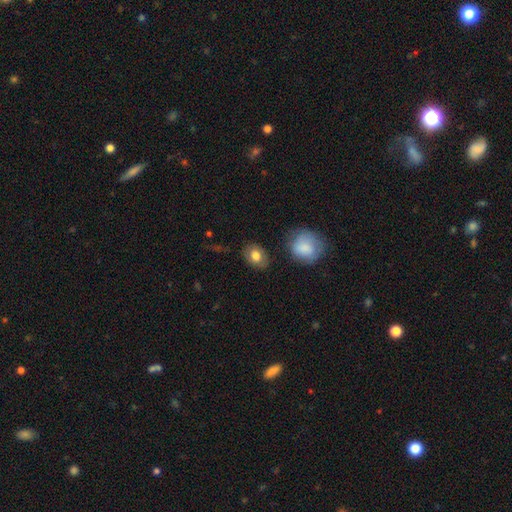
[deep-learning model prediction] Morphology: type=smooth (79%); roundness=in between (62%); merging=none (83%).